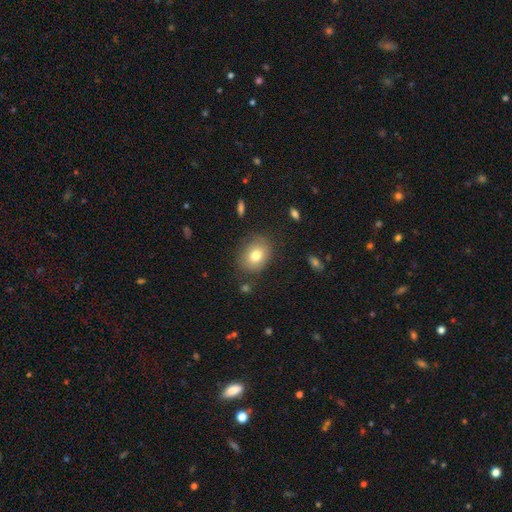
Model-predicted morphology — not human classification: A smooth galaxy with no disk features (77%) that is in between round and cigar-shaped (53%). Merging: none (81%).